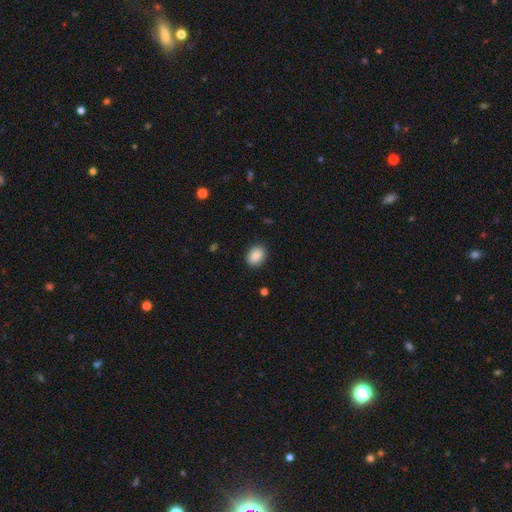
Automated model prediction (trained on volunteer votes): The model was most divided on "how rounded": in between: 70%, round: 29%, cigar-shaped: 1%. More confident: smooth or featured — smooth (89%); merging — none (88%).